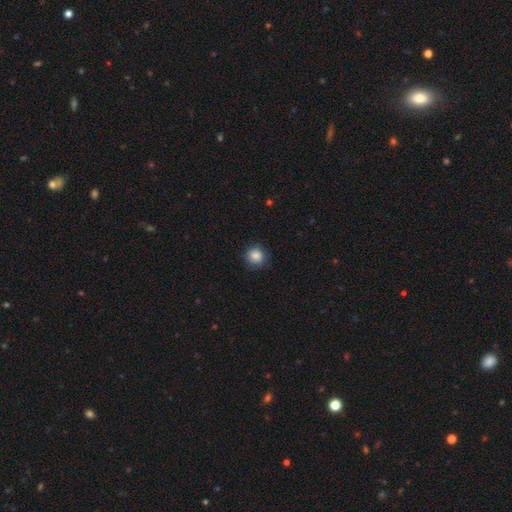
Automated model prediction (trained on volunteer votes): Q: Smooth or featured?
A: smooth (85%); runner-up: star or artifact (9%)
Q: How rounded?
A: round (90%); runner-up: in between (9%)
Q: Merging?
A: none (81%); runner-up: minor disturbance (15%)